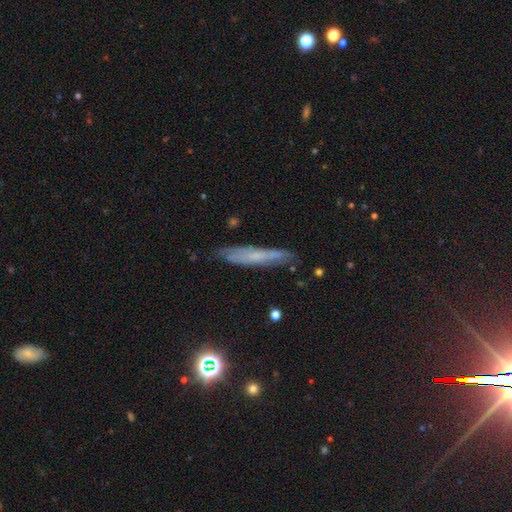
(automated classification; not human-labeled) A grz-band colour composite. It shows a featured or disk galaxy (45%). Merging: none (77%).